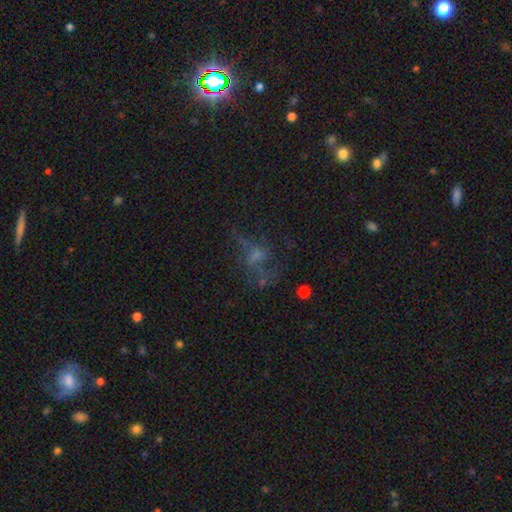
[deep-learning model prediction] Smooth or featured? featured or disk (45%)
Merging? none (42%)